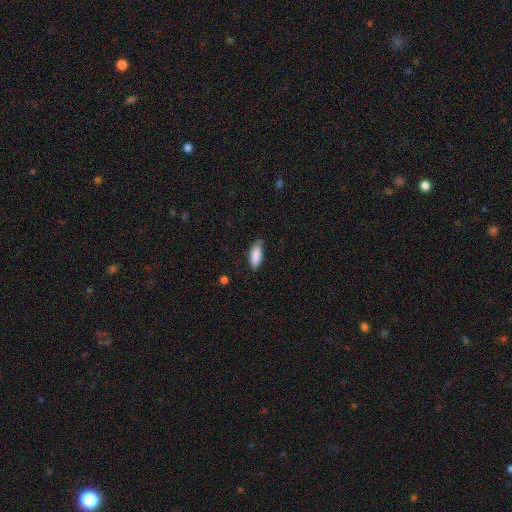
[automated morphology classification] A smooth galaxy with no disk features (88%) that is in between round and cigar-shaped (78%). Merging: none (72%).